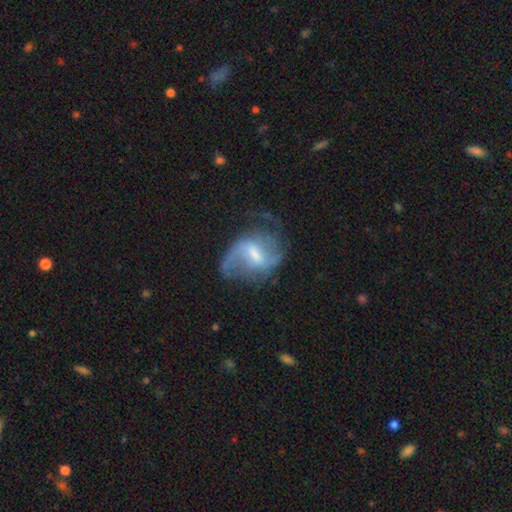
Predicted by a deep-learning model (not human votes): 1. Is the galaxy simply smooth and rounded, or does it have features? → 81% featured or disk, 13% smooth, 7% star or artifact.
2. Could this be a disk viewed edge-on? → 97% no, 3% yes.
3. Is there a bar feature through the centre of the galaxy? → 56% weak, 29% strong, 15% no.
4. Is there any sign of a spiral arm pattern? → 91% yes, 9% no.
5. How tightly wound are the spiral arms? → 52% loose, 38% medium, 10% tight.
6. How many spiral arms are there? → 80% 2, 9% can't tell, 5% 1, 3% 3, 2% 4, 2% more than 4.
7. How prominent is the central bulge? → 43% moderate, 31% small, 15% none, 10% large, 1% dominant.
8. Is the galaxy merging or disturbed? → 54% none, 23% major disturbance, 21% minor disturbance, 3% merger.